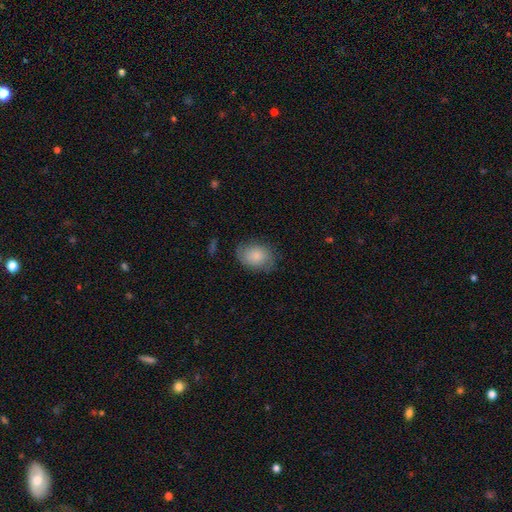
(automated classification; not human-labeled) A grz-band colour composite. It shows a smooth galaxy with no disk features (75%) that is in between round and cigar-shaped (67%). Merging: none (73%).